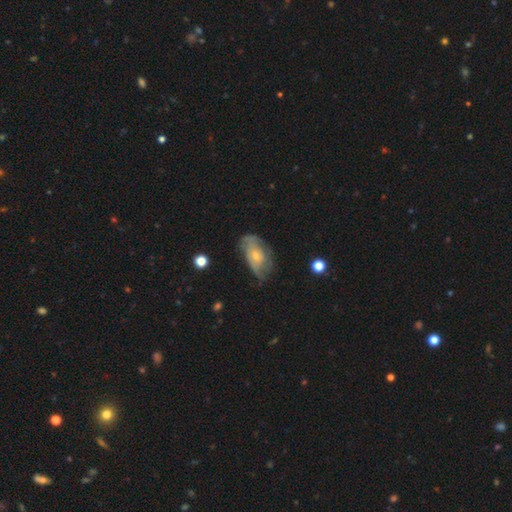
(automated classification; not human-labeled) A featured or disk galaxy (55%) with no bar (78%), spiral arms (67%) and a small central bulge (64%).

Vote fractions:
- Smooth or featured? featured or disk: 55% / smooth: 39% / star or artifact: 7%
- Edge-on disk? no: 93% / yes: 7%
- Bar? no: 78% / weak: 19% / strong: 3%
- Spiral arms? yes: 67% / no: 33%
- Bulge size? small: 64% / moderate: 30% / none: 4% / large: 2% / dominant: 1%
- Merging? none: 53% / minor disturbance: 31% / major disturbance: 14% / merger: 2%